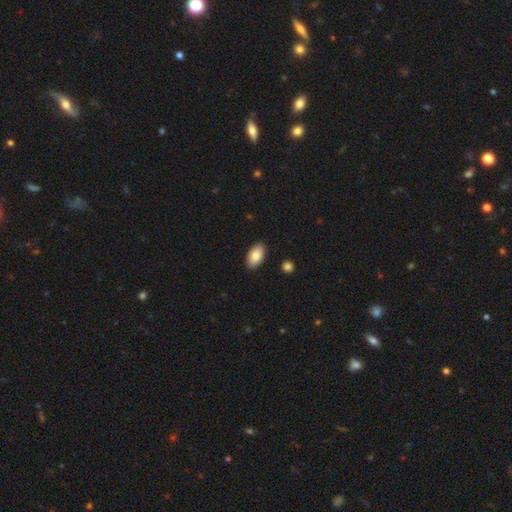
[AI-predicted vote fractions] smooth-or-featured: smooth: 86% | featured or disk: 7% | star or artifact: 6%
  how-rounded: in between: 95% | round: 3% | cigar-shaped: 2%
  merging: none: 89% | minor disturbance: 8% | major disturbance: 2% | merger: 1%